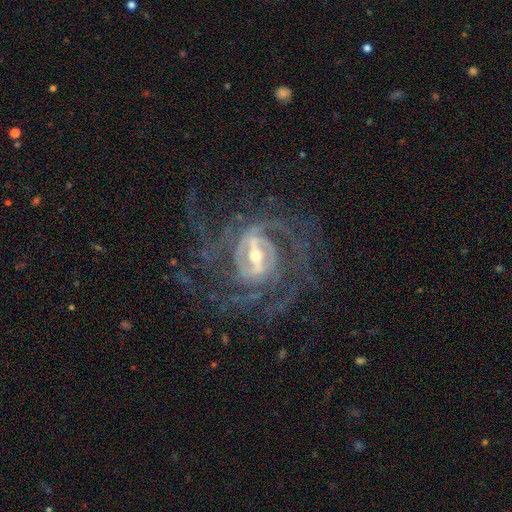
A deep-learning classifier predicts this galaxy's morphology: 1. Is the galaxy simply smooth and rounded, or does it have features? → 92% featured or disk, 5% star or artifact, 3% smooth.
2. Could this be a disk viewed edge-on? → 97% no, 3% yes.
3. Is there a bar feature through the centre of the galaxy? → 63% strong, 29% weak, 8% no.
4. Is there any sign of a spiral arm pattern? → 98% yes, 2% no.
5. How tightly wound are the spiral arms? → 47% tight, 40% medium, 13% loose.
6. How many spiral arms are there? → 28% 2, 20% 3, 18% can't tell, 16% 4, 10% more than 4, 8% 1.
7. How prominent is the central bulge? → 52% moderate, 41% small, 5% large, 1% none, 1% dominant.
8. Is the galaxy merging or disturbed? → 65% none, 19% major disturbance, 14% minor disturbance, 2% merger.